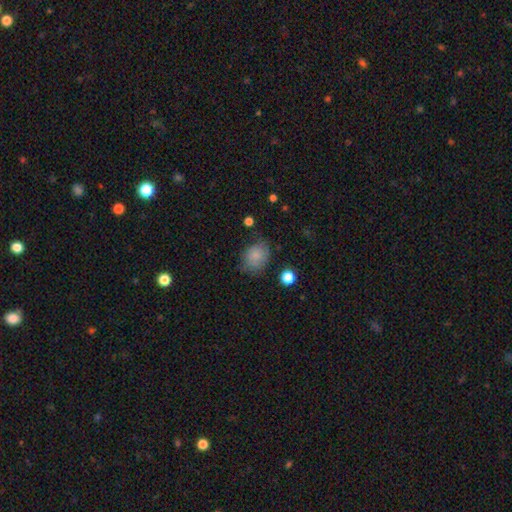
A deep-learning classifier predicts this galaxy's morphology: Overall: smooth (81%). How rounded: in between (57%; round 42%). Merging: none (63%; minor disturbance 26%).